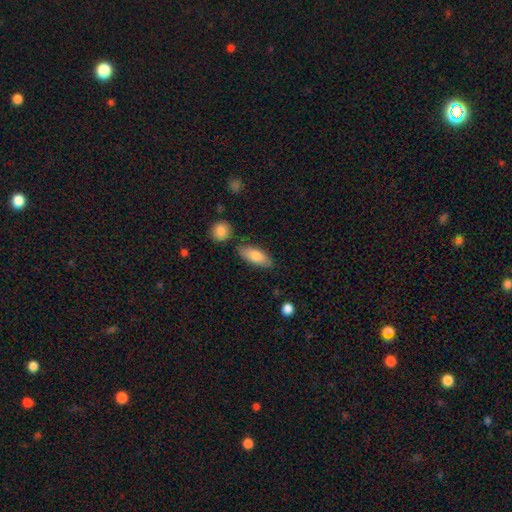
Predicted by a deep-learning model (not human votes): Smooth or featured? smooth (78%)
How rounded? in between (77%)
Merging? none (79%)